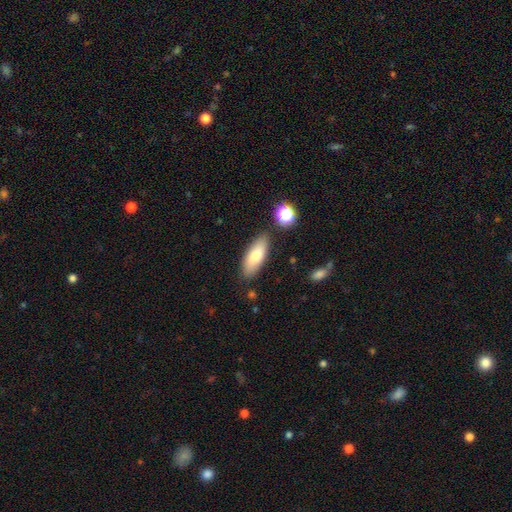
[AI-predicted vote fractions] Q: Smooth or featured?
A: smooth (75%); runner-up: featured or disk (18%)
Q: How rounded?
A: in between (73%); runner-up: cigar-shaped (25%)
Q: Merging?
A: none (82%); runner-up: minor disturbance (11%)